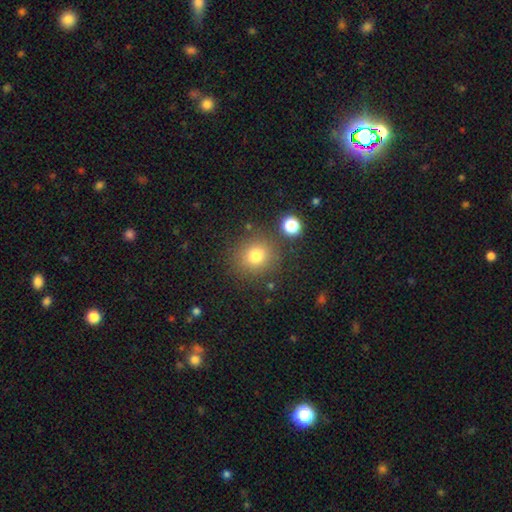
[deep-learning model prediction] Smooth or featured: smooth — 78% (star or artifact — 14%)
How rounded: round — 84% (in between — 15%)
Merging: none — 81% (minor disturbance — 10%)